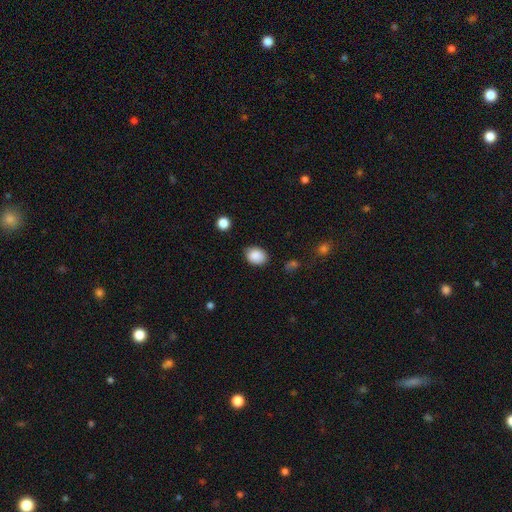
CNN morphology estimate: Overall: smooth (87%). How rounded: in between (62%; round 37%). Merging: none (78%).